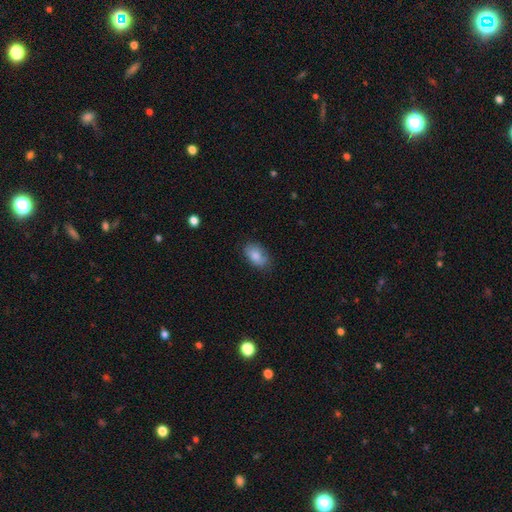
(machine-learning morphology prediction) Smooth or featured: smooth — 82% (featured or disk — 11%)
How rounded: in between — 90% (round — 8%)
Merging: none — 75% (minor disturbance — 20%)